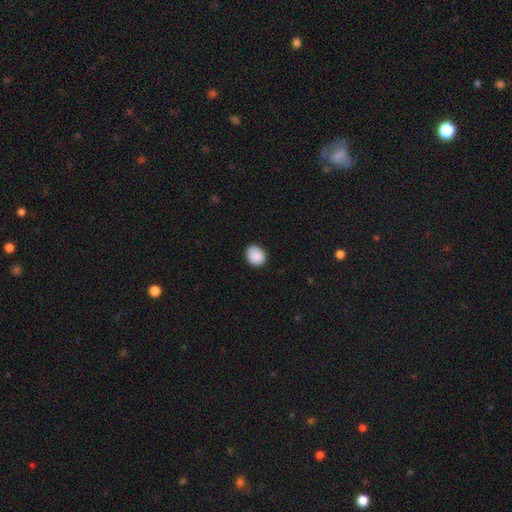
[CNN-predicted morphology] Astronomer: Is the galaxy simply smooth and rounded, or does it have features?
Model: smooth — 90%.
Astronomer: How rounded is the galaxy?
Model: round — 63%.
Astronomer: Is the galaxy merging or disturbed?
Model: none — 88%.